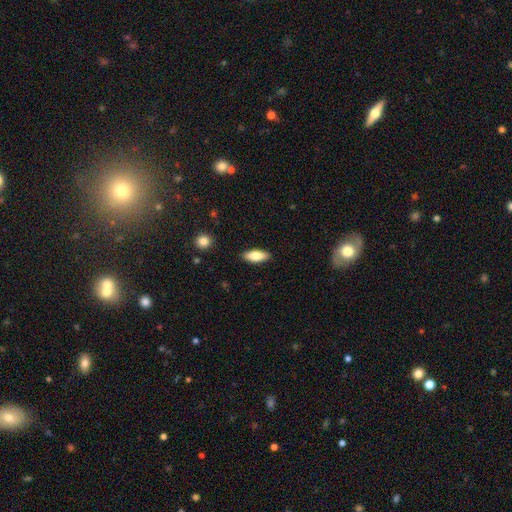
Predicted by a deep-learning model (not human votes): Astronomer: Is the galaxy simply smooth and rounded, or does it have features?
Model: smooth — 79%.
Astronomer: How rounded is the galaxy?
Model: in between — 73%.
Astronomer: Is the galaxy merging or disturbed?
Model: none — 89%.